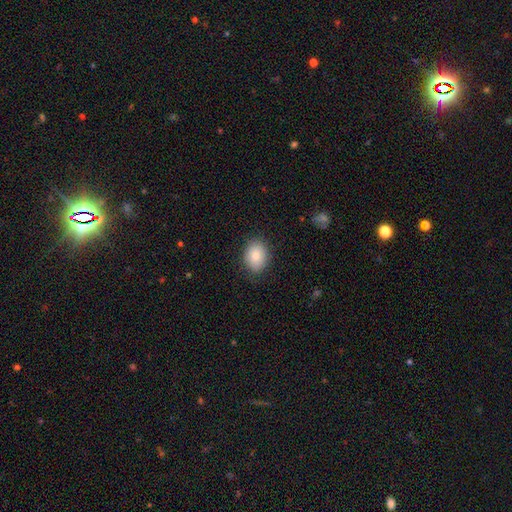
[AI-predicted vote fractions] Morphology: type=smooth (83%); roundness=in between (62%); merging=none (82%).